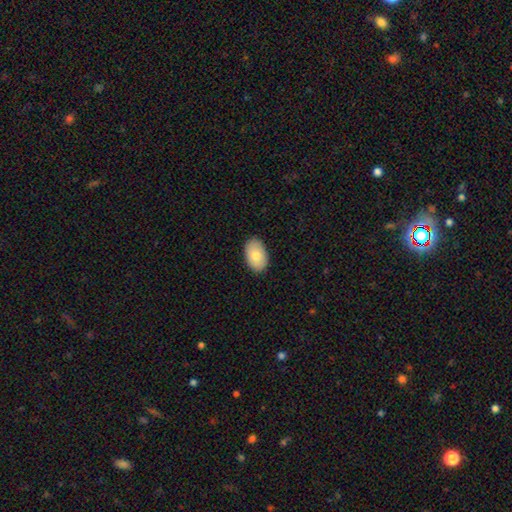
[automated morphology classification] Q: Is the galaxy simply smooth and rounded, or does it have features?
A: smooth — 79%.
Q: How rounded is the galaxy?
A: in between — 92%.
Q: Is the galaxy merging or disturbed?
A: none — 88%.